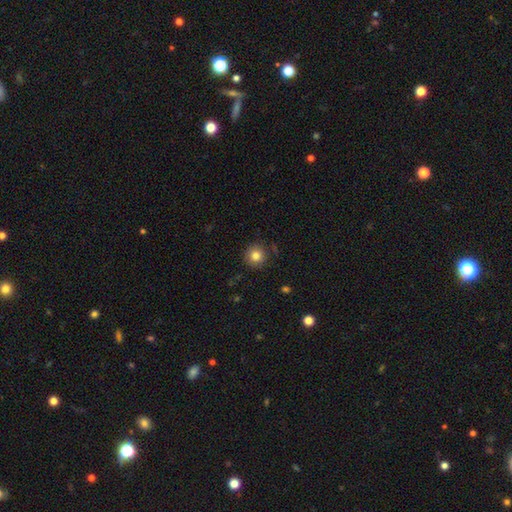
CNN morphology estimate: Smooth or featured? Predicted: smooth (p=0.82). How rounded? Predicted: round (p=0.94). Merging? Predicted: none (p=0.87).